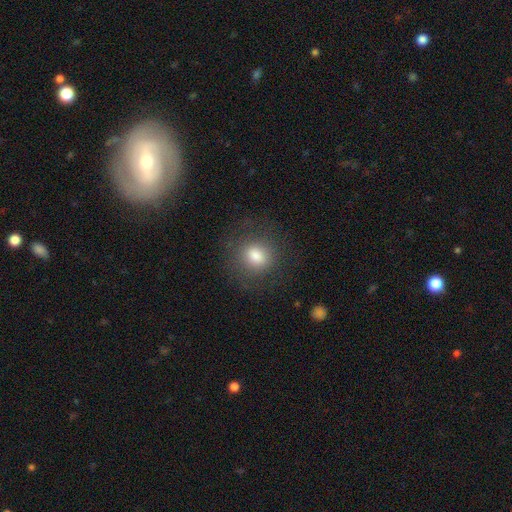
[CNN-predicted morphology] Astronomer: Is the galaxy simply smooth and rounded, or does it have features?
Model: smooth — 79%.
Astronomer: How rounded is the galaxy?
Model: round — 78%.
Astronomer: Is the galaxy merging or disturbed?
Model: none — 80%.